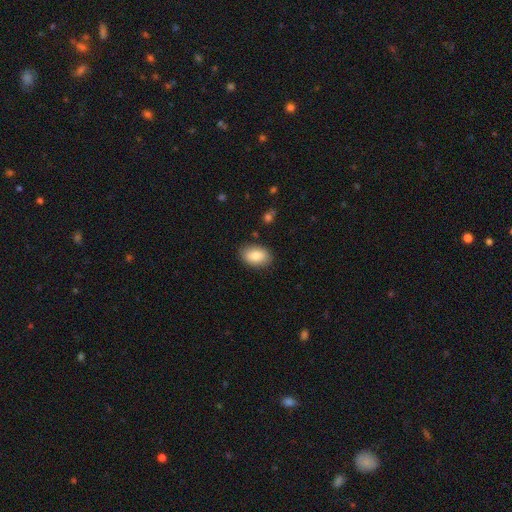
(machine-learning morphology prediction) Smooth or featured? smooth (84%)
How rounded? in between (87%)
Merging? none (86%)